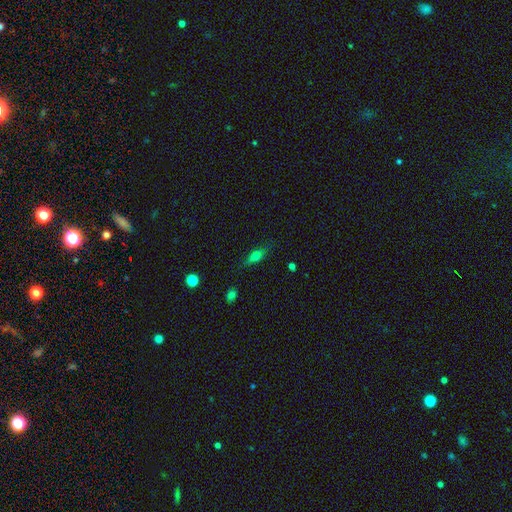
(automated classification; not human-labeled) A smooth galaxy with no disk features (58%) that is in between round and cigar-shaped (52%). Merging: none (79%).